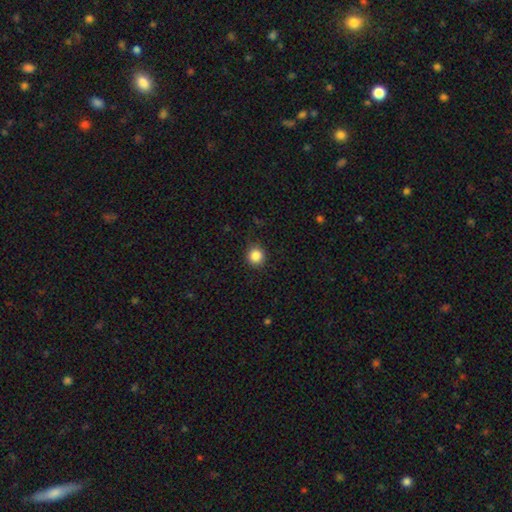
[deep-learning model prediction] smooth-or-featured: smooth: 86% | star or artifact: 11% | featured or disk: 4%
  how-rounded: round: 92% | in between: 7% | cigar-shaped: 1%
  merging: none: 88% | minor disturbance: 8% | major disturbance: 2% | merger: 1%